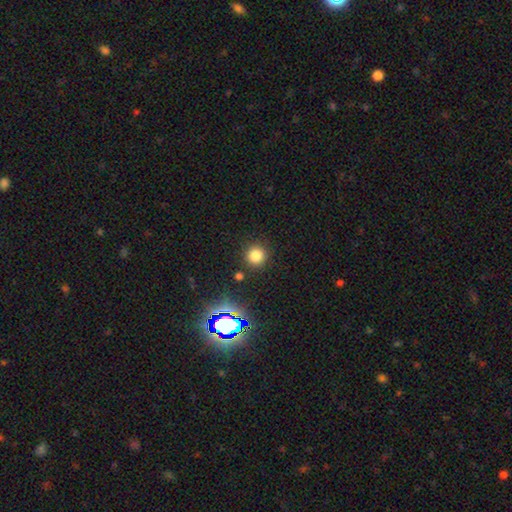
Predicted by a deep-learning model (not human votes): A smooth galaxy with no disk features (76%) that is round (94%).

Vote fractions:
- Smooth or featured? smooth: 76% / star or artifact: 18% / featured or disk: 5%
- How rounded? round: 94% / in between: 5% / cigar-shaped: 1%
- Merging? none: 88% / minor disturbance: 6% / merger: 3% / major disturbance: 3%